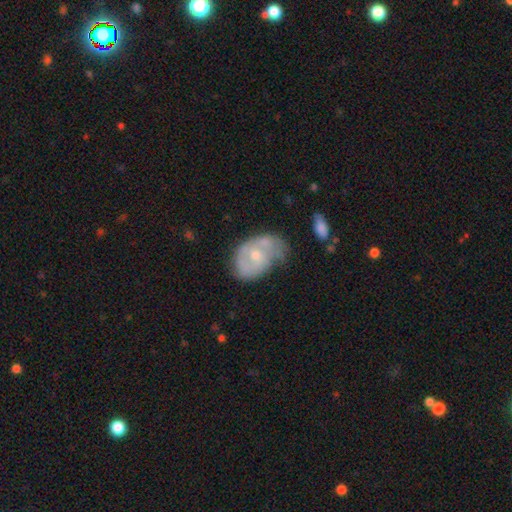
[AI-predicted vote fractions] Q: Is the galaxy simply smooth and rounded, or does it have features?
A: featured or disk — 58%.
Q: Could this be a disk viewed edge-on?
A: no — 96%.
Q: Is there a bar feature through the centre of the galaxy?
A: no — 74%.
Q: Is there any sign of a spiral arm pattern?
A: yes — 61%.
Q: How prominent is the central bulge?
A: small — 51%.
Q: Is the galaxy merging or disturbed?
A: none — 34%, tied with minor disturbance.